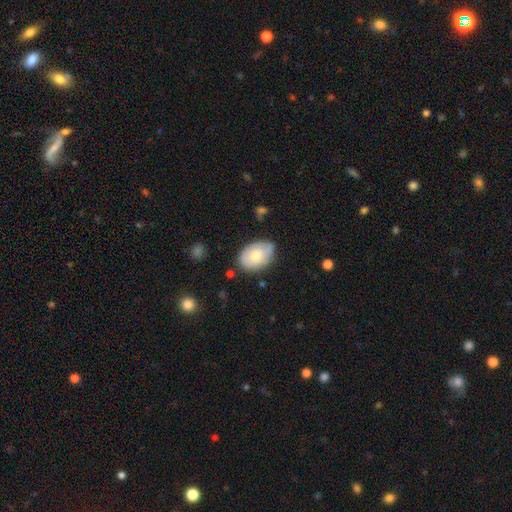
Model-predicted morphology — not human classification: Smooth or featured? Predicted: smooth (p=0.73). How rounded? Predicted: in between (p=0.85). Merging? Predicted: none (p=0.70).